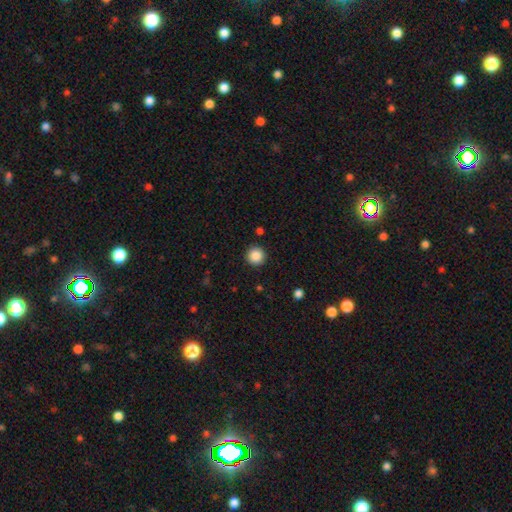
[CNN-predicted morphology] This appears to be a smooth galaxy with no disk features (87%) that is round (96%). Merging: none (92%).